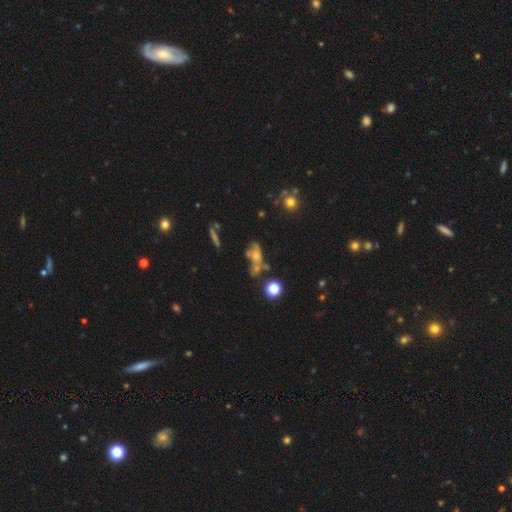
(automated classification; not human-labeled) Smooth or featured: smooth — 42% (featured or disk — 38%)
Merging: merger — 34% (none — 30%)